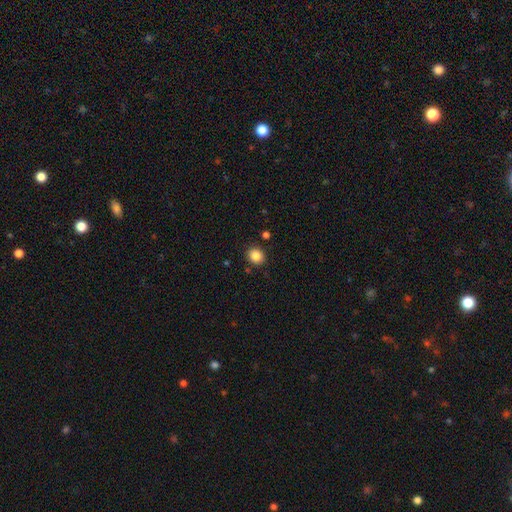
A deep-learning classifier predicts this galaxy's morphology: Q: Smooth or featured?
A: smooth (86%); runner-up: star or artifact (10%)
Q: How rounded?
A: round (77%); runner-up: in between (23%)
Q: Merging?
A: none (87%); runner-up: minor disturbance (8%)